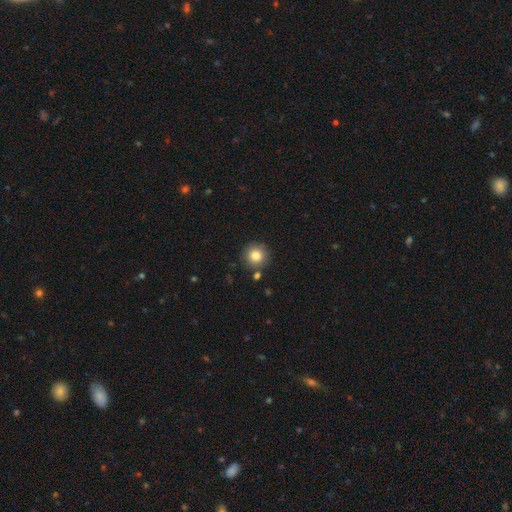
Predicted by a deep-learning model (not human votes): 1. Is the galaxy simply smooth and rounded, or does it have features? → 83% smooth, 10% star or artifact, 7% featured or disk.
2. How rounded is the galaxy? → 94% round, 5% in between, 1% cigar-shaped.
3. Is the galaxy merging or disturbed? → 85% none, 8% minor disturbance, 5% merger, 2% major disturbance.